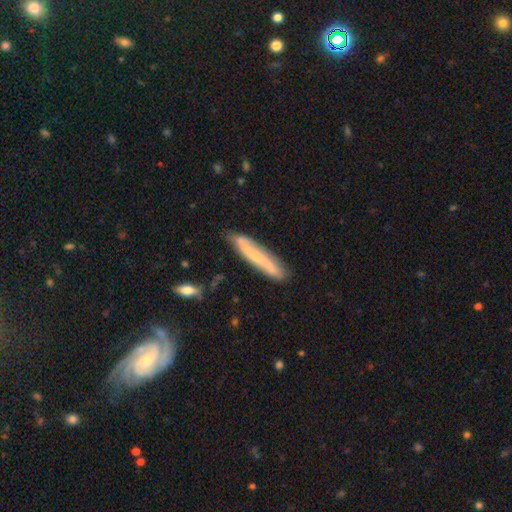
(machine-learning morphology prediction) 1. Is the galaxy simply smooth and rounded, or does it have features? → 52% featured or disk, 41% smooth, 7% star or artifact.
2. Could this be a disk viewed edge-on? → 59% yes, 41% no.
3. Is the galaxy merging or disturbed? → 81% none, 14% minor disturbance, 3% major disturbance, 2% merger.